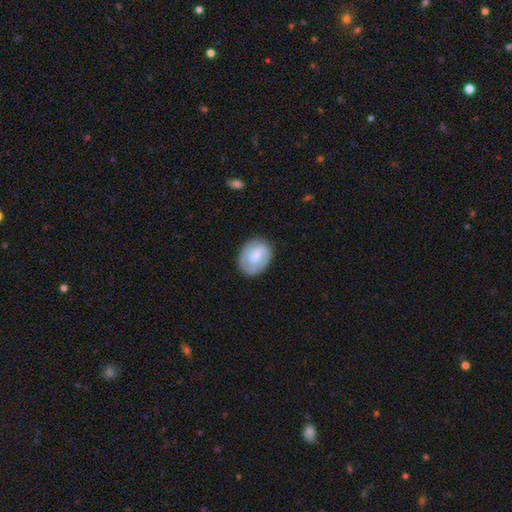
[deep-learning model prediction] Smooth or featured: featured or disk — 50% (smooth — 44%)
Edge-on disk: no — 97% (yes — 3%)
Merging: none — 79% (minor disturbance — 15%)